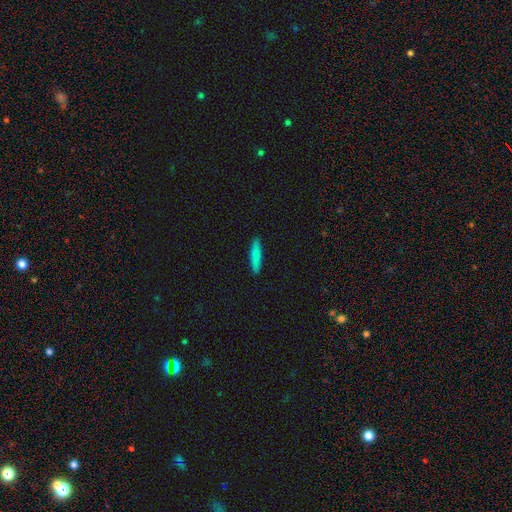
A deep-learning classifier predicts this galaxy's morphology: This appears to be a smooth galaxy with no disk features (82%) that is cigar-shaped (87%). Merging: none (91%).